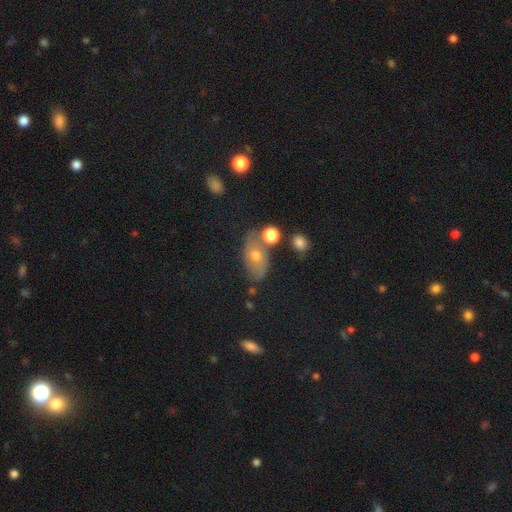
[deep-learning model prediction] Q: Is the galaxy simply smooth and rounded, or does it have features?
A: smooth — 54%.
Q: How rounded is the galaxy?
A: in between — 82%.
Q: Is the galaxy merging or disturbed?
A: none — 57%.